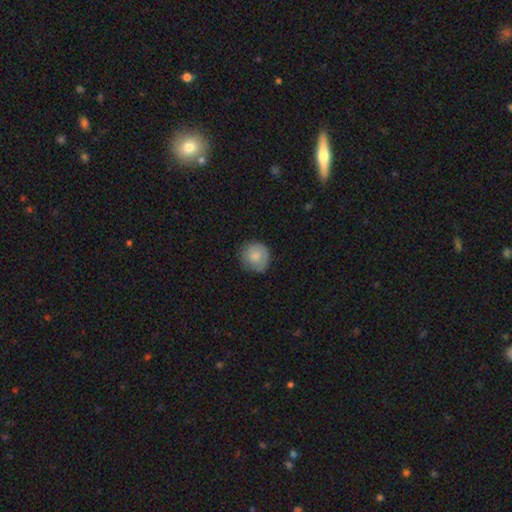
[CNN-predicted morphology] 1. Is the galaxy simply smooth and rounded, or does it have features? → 79% smooth, 14% featured or disk, 7% star or artifact.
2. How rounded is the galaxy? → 87% round, 12% in between, 1% cigar-shaped.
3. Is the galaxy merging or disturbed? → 73% none, 21% minor disturbance, 5% major disturbance, 1% merger.